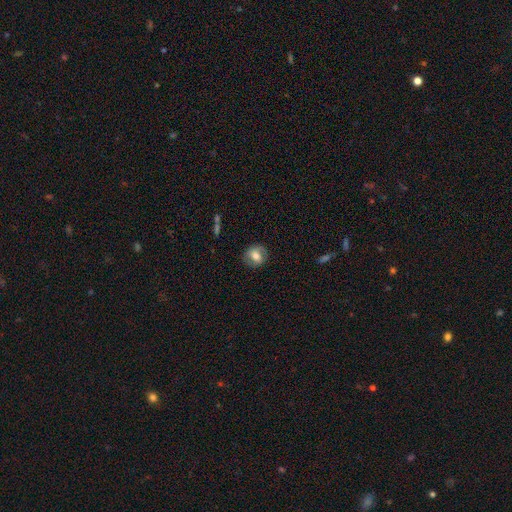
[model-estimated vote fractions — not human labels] A smooth galaxy with no disk features (59%) that is round (71%). Merging: none (82%).